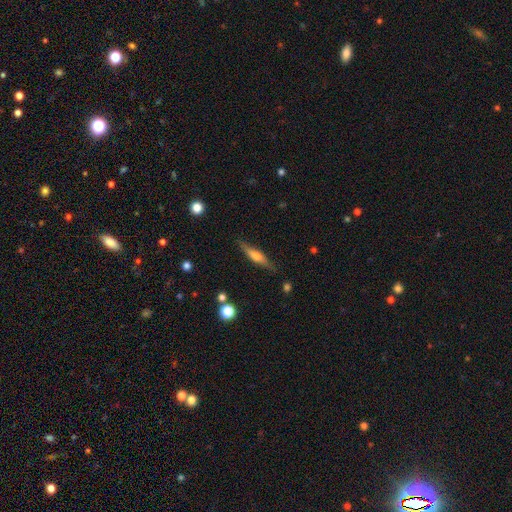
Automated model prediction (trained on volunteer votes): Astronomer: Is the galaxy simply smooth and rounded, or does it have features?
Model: featured or disk — 53% (runner-up: smooth, 40%).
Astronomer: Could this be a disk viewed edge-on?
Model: yes — 93%.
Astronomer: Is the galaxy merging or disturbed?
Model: none — 83%.